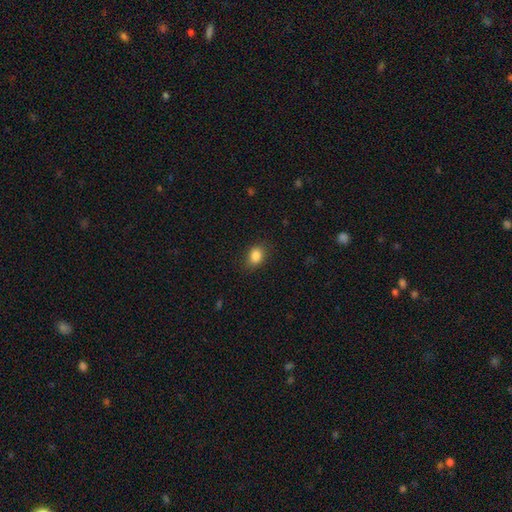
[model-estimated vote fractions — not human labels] smooth 86%, star or artifact 10%, featured or disk 5%. Down the decision tree: how rounded — in between (66%); merging — none (84%).